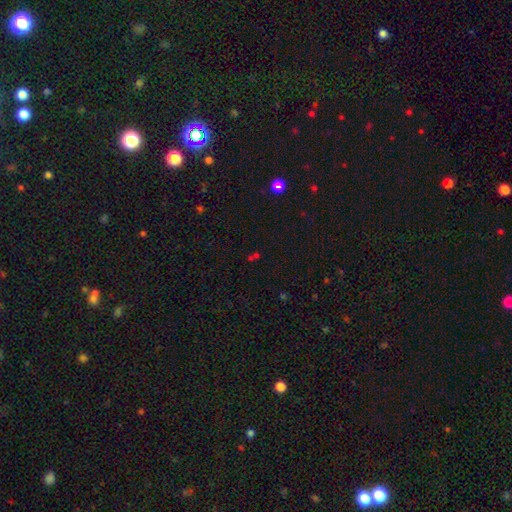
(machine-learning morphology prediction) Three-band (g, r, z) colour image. It shows a star or artifact, not a galaxy (53%).